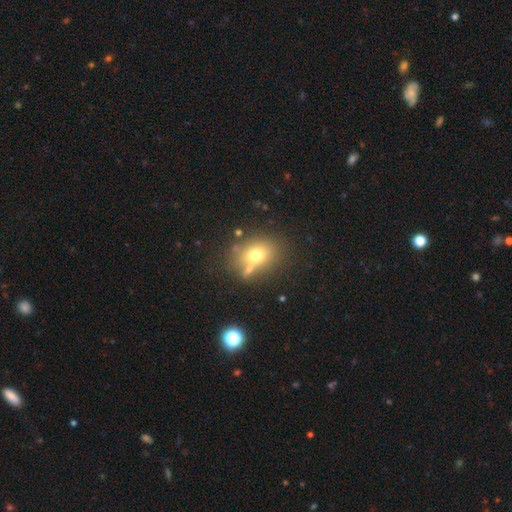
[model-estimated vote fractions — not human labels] smooth-or-featured: smooth: 68% | featured or disk: 17% | star or artifact: 14%
  how-rounded: round: 49% (tied) | in between: 49% (tied) | cigar-shaped: 2%
  merging: none: 60% | merger: 16% | minor disturbance: 16% | major disturbance: 7%